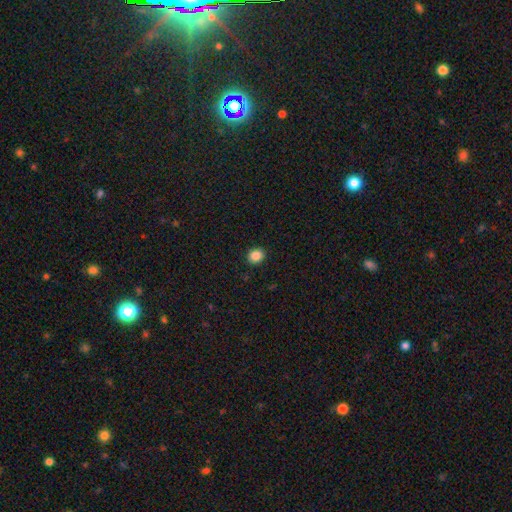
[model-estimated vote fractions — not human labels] smooth_or_featured: smooth (p=0.86) [alt: star or artifact p=0.11]
how_rounded: round (p=0.78) [alt: in between p=0.22]
merging: none (p=0.92) [alt: minor disturbance p=0.05]